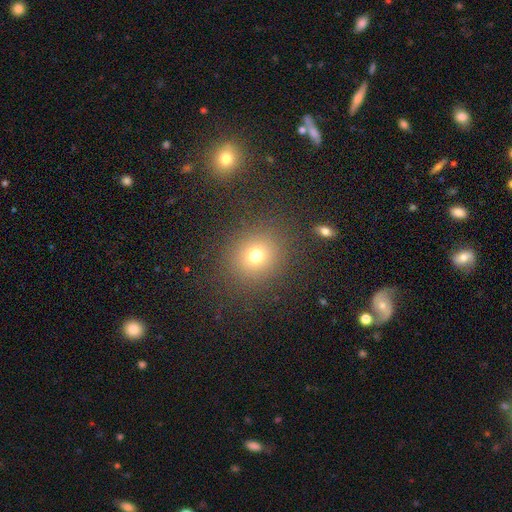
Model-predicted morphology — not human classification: A smooth galaxy with no disk features (72%) that is round (84%). Merging: none (86%).